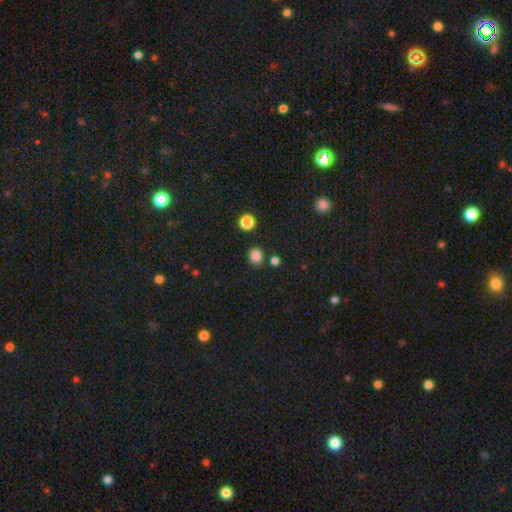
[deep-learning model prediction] This appears to be a smooth galaxy with no disk features (83%) that is round (72%). Merging: none (82%).